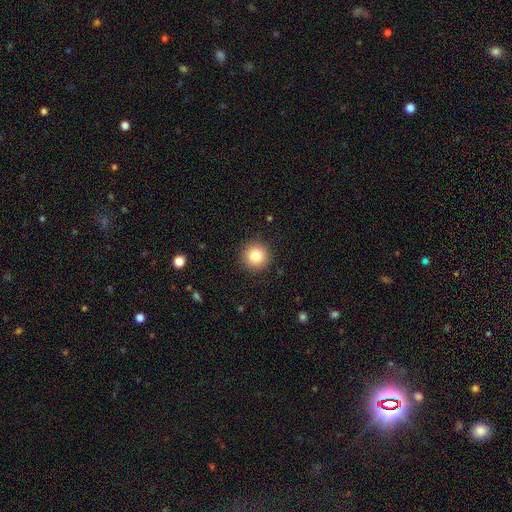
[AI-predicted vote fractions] Smooth or featured: smooth — 84% (star or artifact — 10%)
How rounded: round — 95% (in between — 4%)
Merging: none — 91% (minor disturbance — 6%)